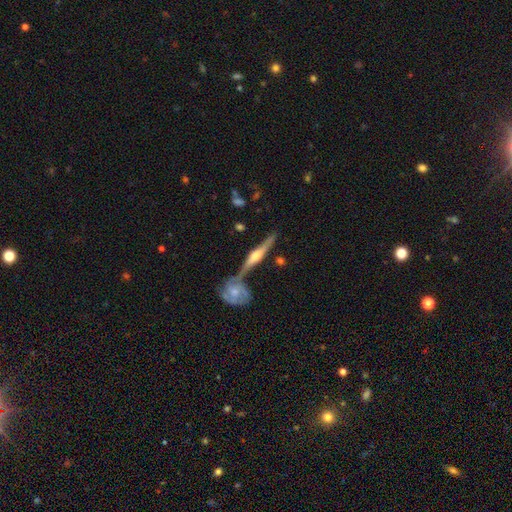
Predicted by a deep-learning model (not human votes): A featured or disk galaxy (81%) viewed edge-on (96%) with a rounded central bulge (90%).

Vote fractions:
- Smooth or featured? featured or disk: 81% / smooth: 13% / star or artifact: 5%
- Edge-on disk? yes: 96% / no: 4%
- Edge-on bulge? rounded: 90% / boxy: 6% / none: 3%
- Merging? none: 64% / merger: 21% / minor disturbance: 11% / major disturbance: 3%